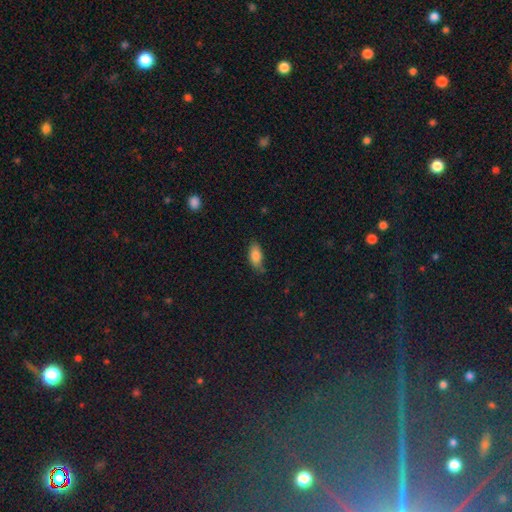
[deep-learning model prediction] Smooth or featured?
  - smooth: 82% *
  - featured or disk: 10%
  - star or artifact: 8%
How rounded?
  - in between: 87% *
  - cigar-shaped: 10%
  - round: 3%
Merging?
  - none: 64% *
  - minor disturbance: 28%
  - major disturbance: 6%
  - merger: 2%